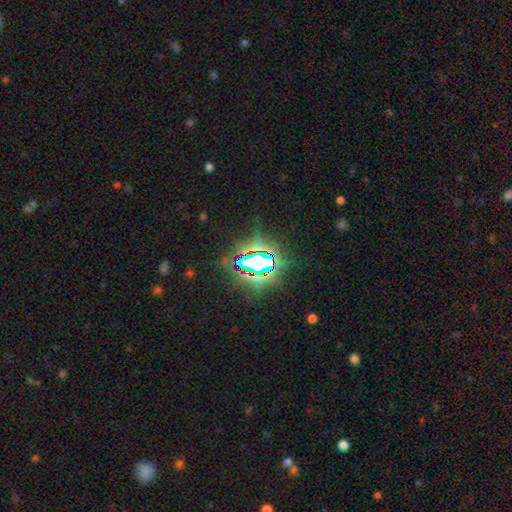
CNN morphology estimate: smooth_or_featured: star or artifact (p=0.84) [alt: smooth p=0.09]